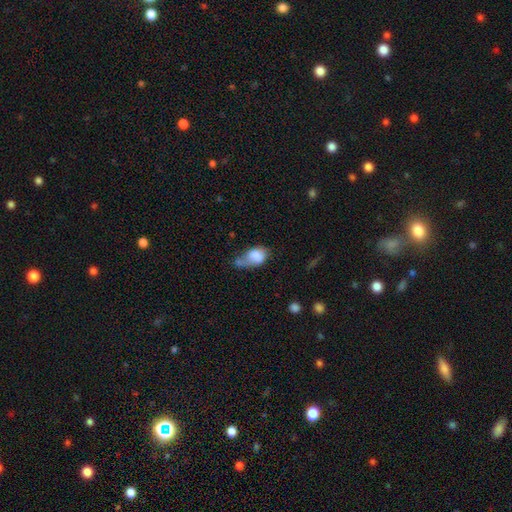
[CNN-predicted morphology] smooth_or_featured: smooth (p=0.76) [alt: featured or disk p=0.15]
how_rounded: in between (p=0.82) [alt: round p=0.16]
merging: minor disturbance (p=0.32) [alt: merger p=0.24]